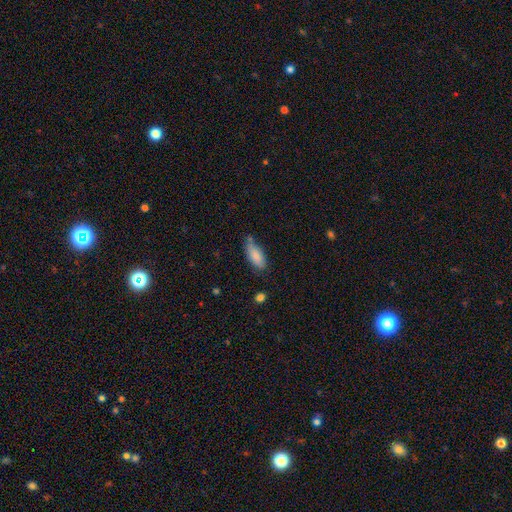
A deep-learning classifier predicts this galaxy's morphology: smooth 85%, featured or disk 8%, star or artifact 7%. Down the decision tree: how rounded — in between (81%); merging — none (67%).